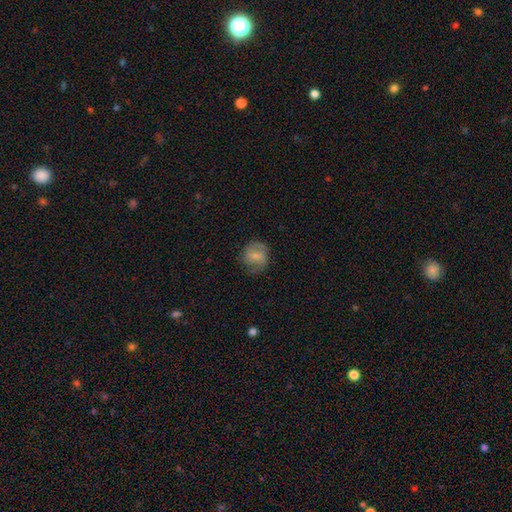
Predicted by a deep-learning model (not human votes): Morphology: type=smooth (51%); roundness=round (77%); merging=none (70%).